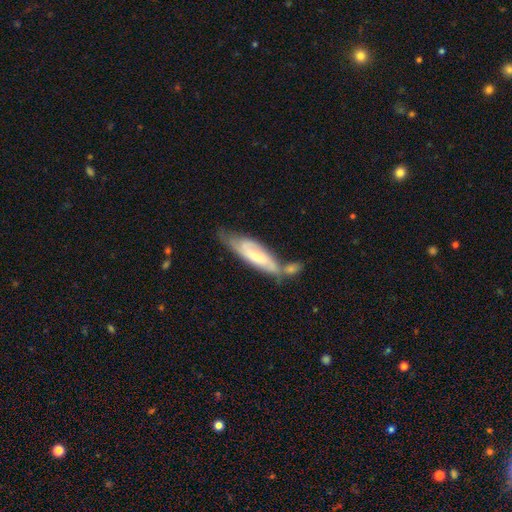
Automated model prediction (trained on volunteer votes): This appears to be a featured or disk galaxy (53%). Merging: merger (36%).